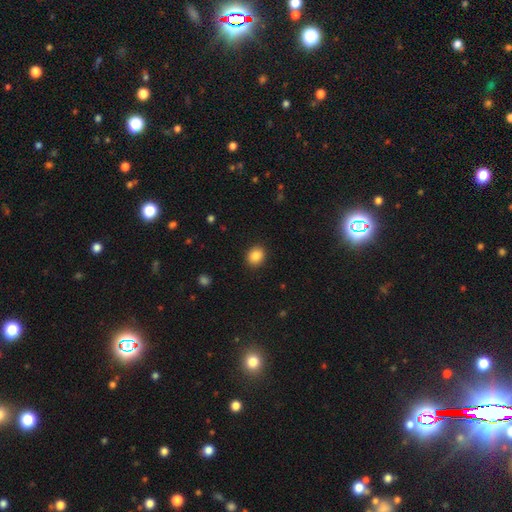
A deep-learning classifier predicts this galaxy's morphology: A smooth galaxy with no disk features (86%) that is round (67%).

Vote fractions:
- Smooth or featured? smooth: 86% / star or artifact: 9% / featured or disk: 5%
- How rounded? round: 67% / in between: 32% / cigar-shaped: 1%
- Merging? none: 90% / minor disturbance: 7% / major disturbance: 2% / merger: 1%